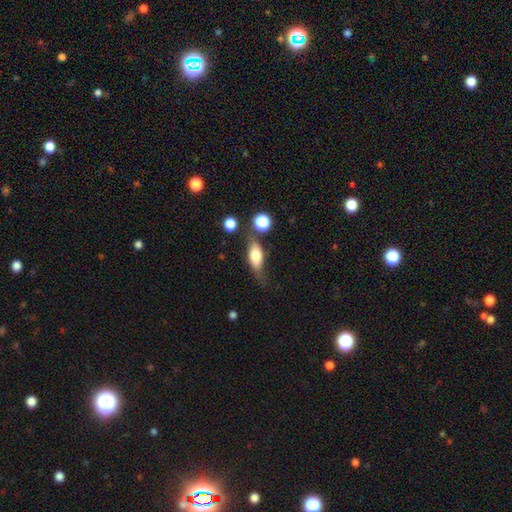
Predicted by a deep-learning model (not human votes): A smooth galaxy with no disk features (60%) that is in between round and cigar-shaped (73%).

Vote fractions:
- Smooth or featured? smooth: 60% / featured or disk: 31% / star or artifact: 8%
- How rounded? in between: 73% / cigar-shaped: 20% / round: 7%
- Merging? none: 57% / minor disturbance: 24% / major disturbance: 10% / merger: 9%